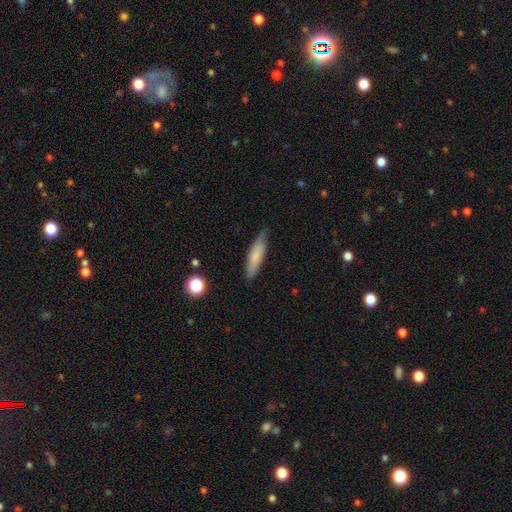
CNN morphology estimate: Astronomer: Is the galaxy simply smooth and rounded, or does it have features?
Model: smooth — 75%.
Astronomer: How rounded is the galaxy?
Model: cigar-shaped — 70%.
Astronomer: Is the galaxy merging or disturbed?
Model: none — 75%.